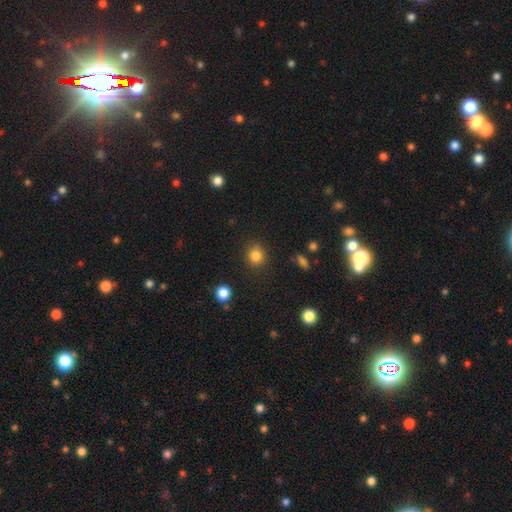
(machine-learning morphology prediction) smooth_or_featured: smooth (p=0.85) [alt: star or artifact p=0.11]
how_rounded: round (p=0.83) [alt: in between p=0.16]
merging: none (p=0.86) [alt: minor disturbance p=0.09]